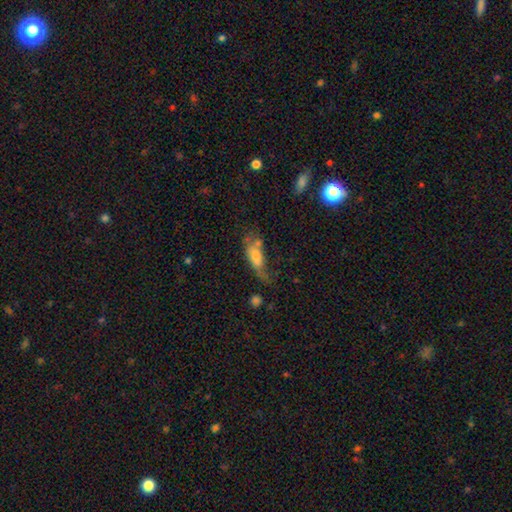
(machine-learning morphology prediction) smooth-or-featured: smooth: 58% | featured or disk: 32% | star or artifact: 10%
  how-rounded: in between: 68% | cigar-shaped: 28% | round: 4%
  merging: major disturbance: 32% | none: 29% | minor disturbance: 25% | merger: 14%